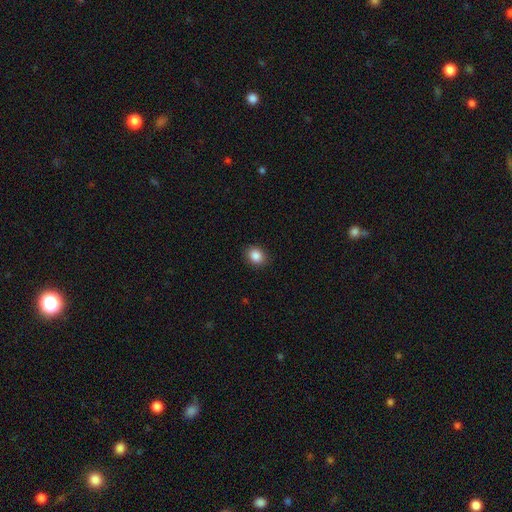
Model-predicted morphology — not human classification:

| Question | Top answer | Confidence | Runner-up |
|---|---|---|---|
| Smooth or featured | smooth | 87% | star or artifact (9%) |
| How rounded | round | 54% | in between (45%) |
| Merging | none | 90% | minor disturbance (7%) |